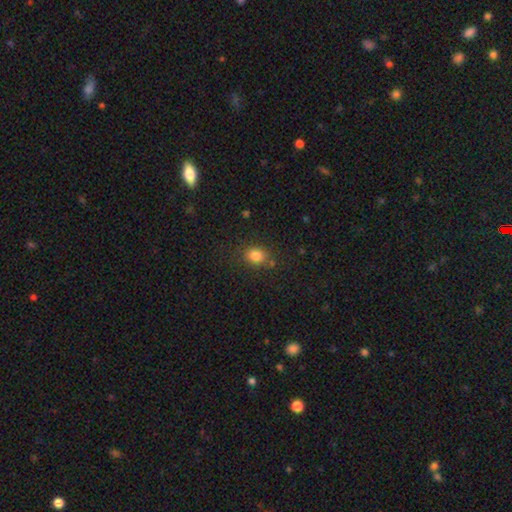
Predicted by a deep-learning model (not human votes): smooth-or-featured: smooth: 82% | star or artifact: 12% | featured or disk: 6%
  how-rounded: round: 59% | in between: 40% | cigar-shaped: 1%
  merging: none: 77% | minor disturbance: 13% | merger: 5% | major disturbance: 4%